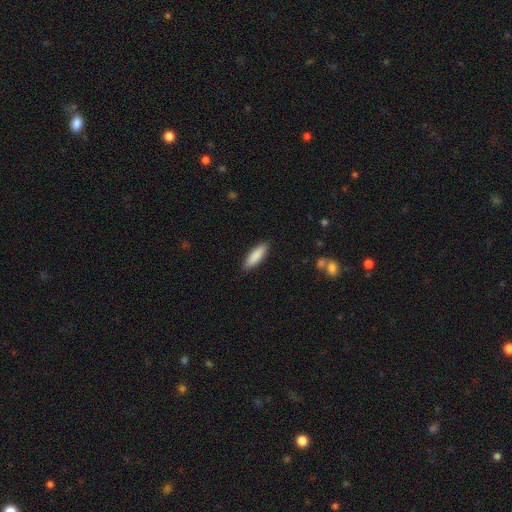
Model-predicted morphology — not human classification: Smooth or featured? smooth (88%)
How rounded? cigar-shaped (51%)
Merging? none (89%)